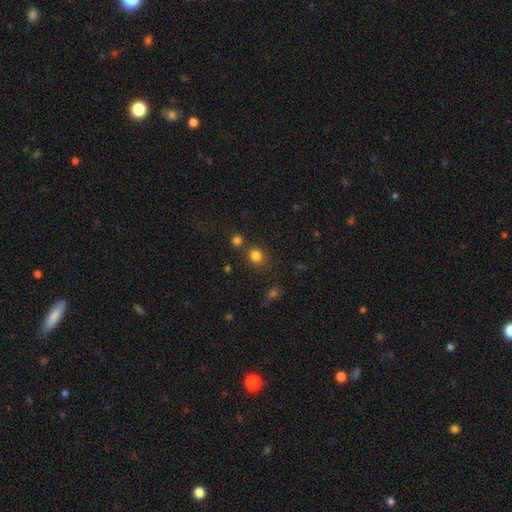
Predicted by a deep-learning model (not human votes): Smooth or featured?
  - smooth: 81% *
  - star or artifact: 14%
  - featured or disk: 5%
How rounded?
  - round: 85% *
  - in between: 14%
  - cigar-shaped: 1%
Merging?
  - none: 74% *
  - merger: 12%
  - minor disturbance: 10%
  - major disturbance: 4%